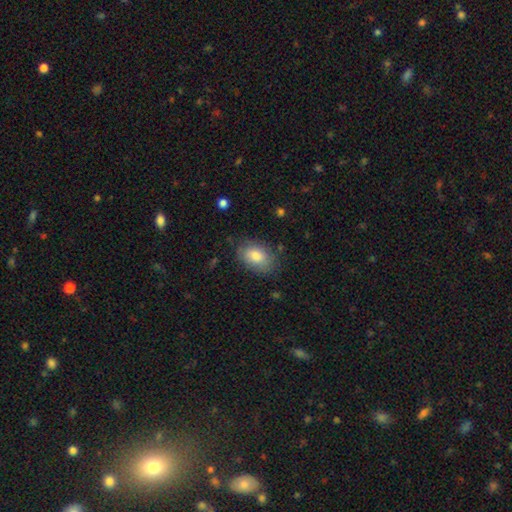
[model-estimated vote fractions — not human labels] The model was most divided on "merging": none: 76%, minor disturbance: 18%, major disturbance: 5%, merger: 1%. More confident: how rounded — in between (85%); smooth or featured — smooth (81%).